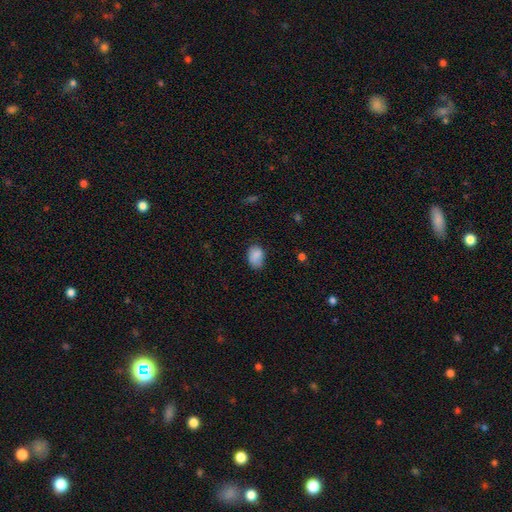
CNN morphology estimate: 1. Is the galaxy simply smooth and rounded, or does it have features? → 85% smooth, 8% star or artifact, 6% featured or disk.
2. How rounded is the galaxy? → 80% in between, 19% round, 1% cigar-shaped.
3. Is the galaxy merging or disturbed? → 62% none, 29% minor disturbance, 6% major disturbance, 2% merger.